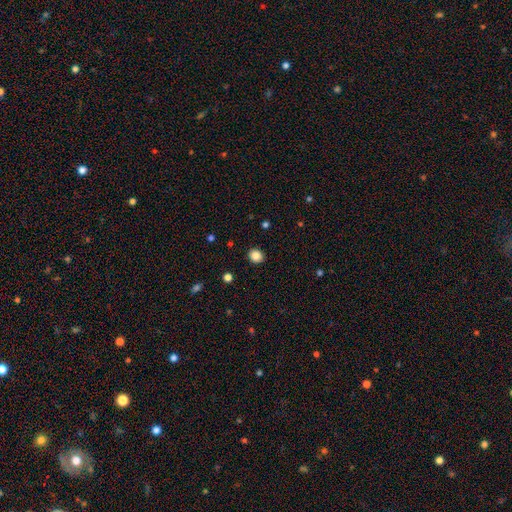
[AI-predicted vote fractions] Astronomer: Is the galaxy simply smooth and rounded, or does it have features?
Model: smooth — 86%.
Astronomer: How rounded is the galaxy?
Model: round — 71%.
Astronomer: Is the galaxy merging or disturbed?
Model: none — 91%.